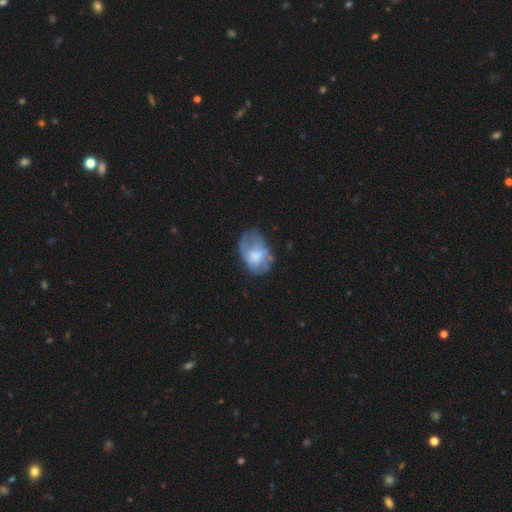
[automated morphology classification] Smooth or featured? Predicted: smooth (p=0.52). How rounded? Predicted: in between (p=0.81). Merging? Predicted: none (p=0.41).